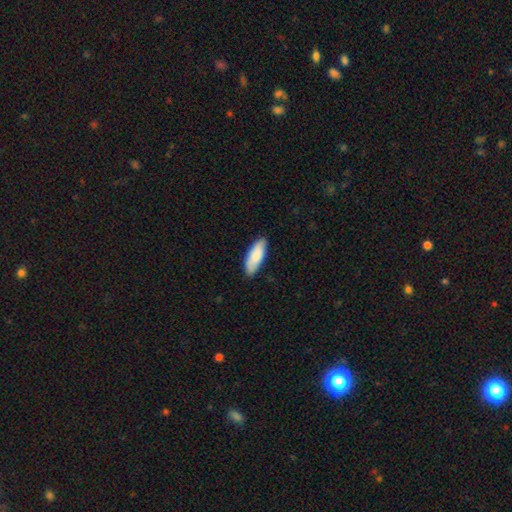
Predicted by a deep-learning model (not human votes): This appears to be a smooth galaxy with no disk features (85%) that is in between round and cigar-shaped (73%). Merging: none (85%).